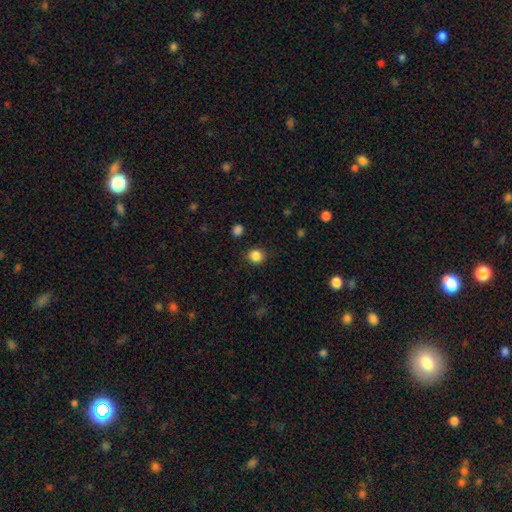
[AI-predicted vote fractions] This is clearly a smooth galaxy (85%). How rounded: clearly round (89%). Merging: clearly none (89%).